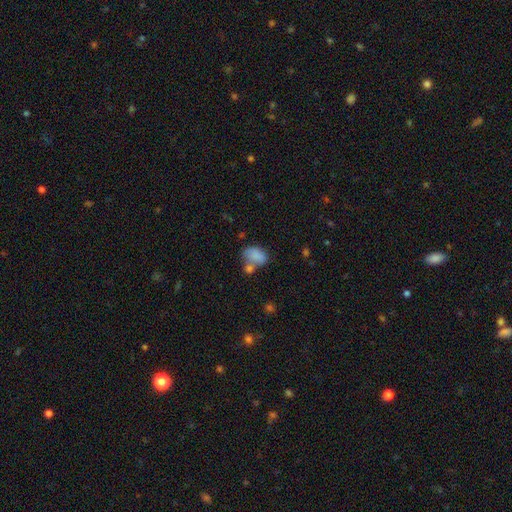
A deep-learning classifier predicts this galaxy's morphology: smooth-or-featured: smooth: 81% | featured or disk: 10% | star or artifact: 9%
  how-rounded: in between: 85% | round: 13% | cigar-shaped: 2%
  merging: none: 39% | merger: 31% | minor disturbance: 20% | major disturbance: 10%